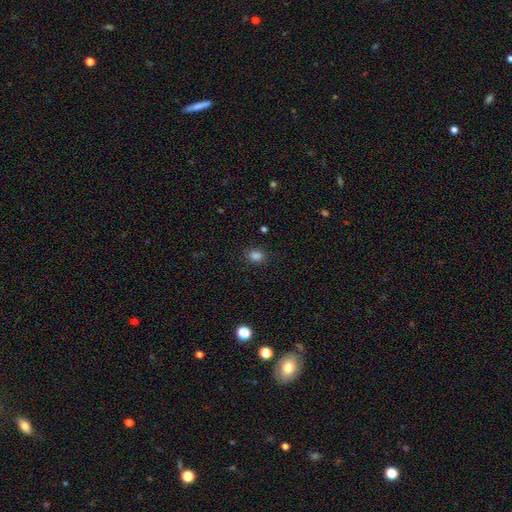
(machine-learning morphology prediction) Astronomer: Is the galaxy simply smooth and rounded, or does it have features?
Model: smooth — 83%.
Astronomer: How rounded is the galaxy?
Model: in between — 56% (runner-up: round, 43%).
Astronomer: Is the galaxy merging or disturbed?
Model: none — 86%.